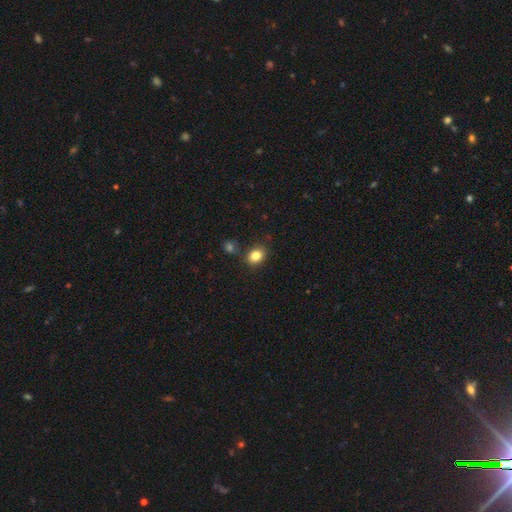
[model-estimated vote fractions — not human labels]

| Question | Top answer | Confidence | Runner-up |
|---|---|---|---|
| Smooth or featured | smooth | 84% | star or artifact (10%) |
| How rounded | in between | 58% | round (41%) |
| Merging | none | 78% | minor disturbance (12%) |